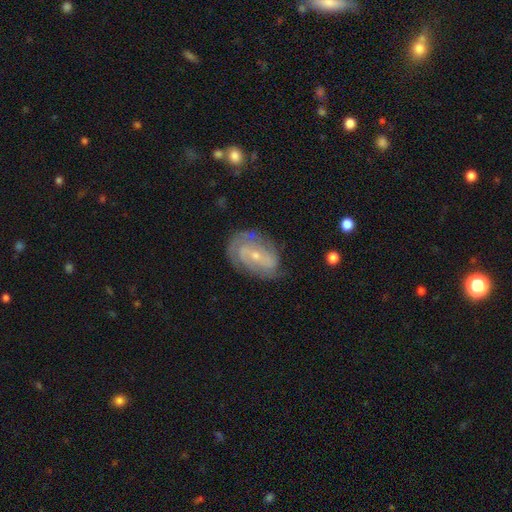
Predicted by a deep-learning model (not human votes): This appears to be a featured or disk galaxy (78%) with no bar (41%), 2 (40%) tight (55%) spiral arms (89%) and a small central bulge (70%). Merging: none (70%).